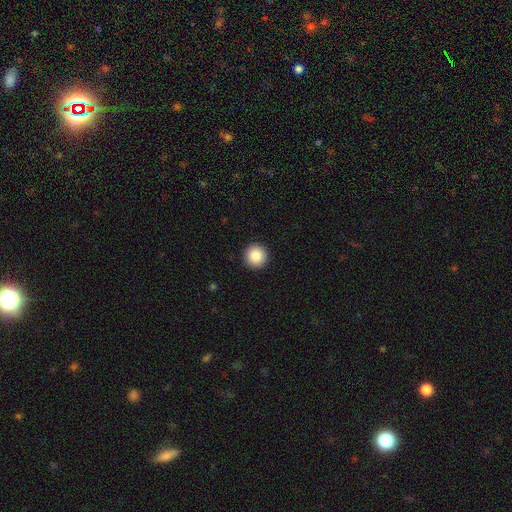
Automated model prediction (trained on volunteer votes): The model was most divided on "smooth or featured": smooth: 87%, star or artifact: 8%, featured or disk: 5%. More confident: how rounded — round (96%); merging — none (93%).